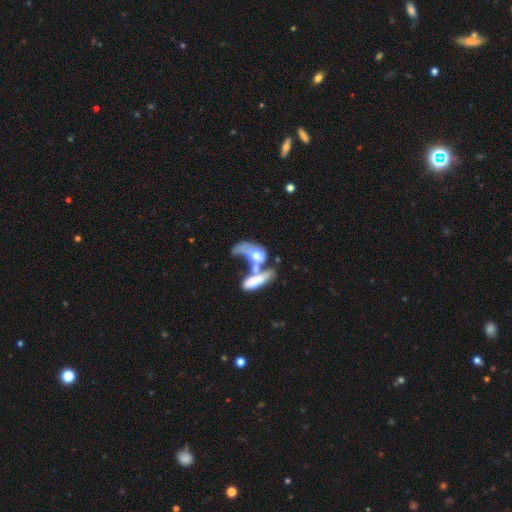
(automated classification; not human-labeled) Smooth or featured: smooth — 48% (featured or disk — 44%)
Merging: merger — 68% (major disturbance — 18%)